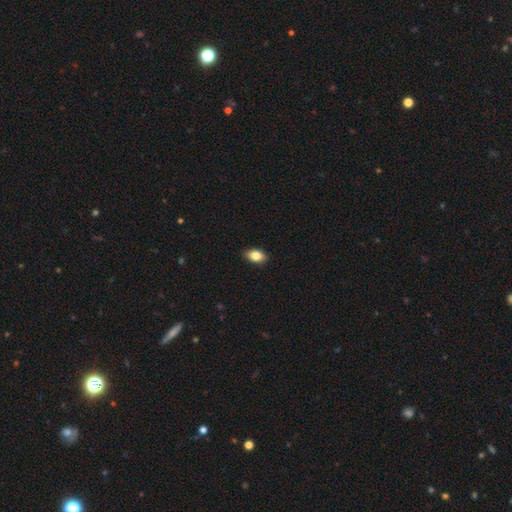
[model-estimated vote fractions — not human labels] A smooth galaxy with no disk features (84%) that is in between round and cigar-shaped (88%).

Vote fractions:
- Smooth or featured? smooth: 84% / featured or disk: 9% / star or artifact: 8%
- How rounded? in between: 88% / round: 10% / cigar-shaped: 3%
- Merging? none: 89% / minor disturbance: 9% / major disturbance: 2% / merger: 1%